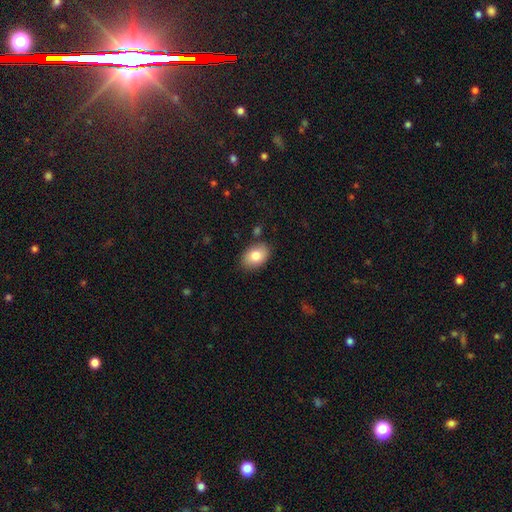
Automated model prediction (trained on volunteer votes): Q: Smooth or featured?
A: smooth (81%); runner-up: featured or disk (11%)
Q: How rounded?
A: in between (85%); runner-up: round (14%)
Q: Merging?
A: none (84%); runner-up: minor disturbance (11%)